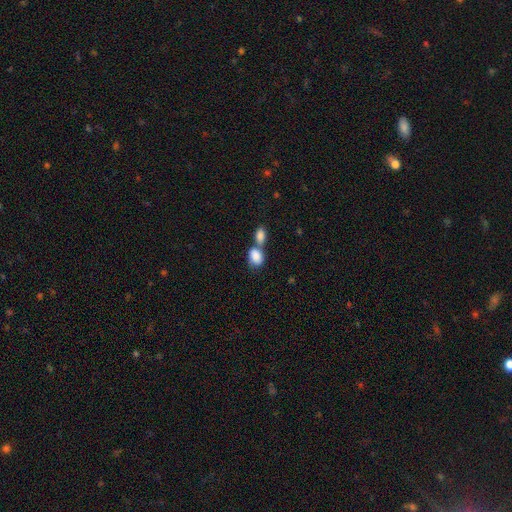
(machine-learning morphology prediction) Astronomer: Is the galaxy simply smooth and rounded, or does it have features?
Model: smooth — 85%.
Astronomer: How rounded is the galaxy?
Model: in between — 78%.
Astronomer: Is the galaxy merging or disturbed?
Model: merger — 66%.